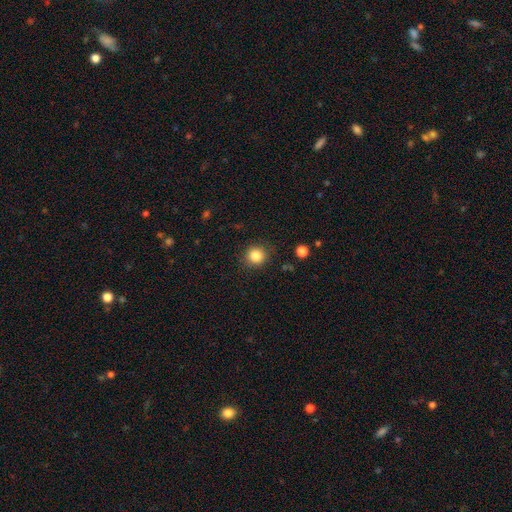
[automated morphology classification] This appears to be a smooth galaxy with no disk features (84%) that is round (90%). Merging: none (88%).